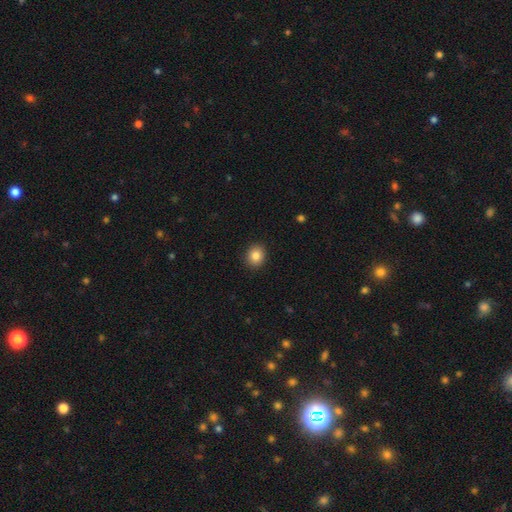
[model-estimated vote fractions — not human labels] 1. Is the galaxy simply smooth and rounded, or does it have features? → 84% smooth, 10% star or artifact, 6% featured or disk.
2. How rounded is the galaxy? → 79% round, 21% in between, 1% cigar-shaped.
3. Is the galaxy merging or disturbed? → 91% none, 6% minor disturbance, 2% major disturbance, 1% merger.